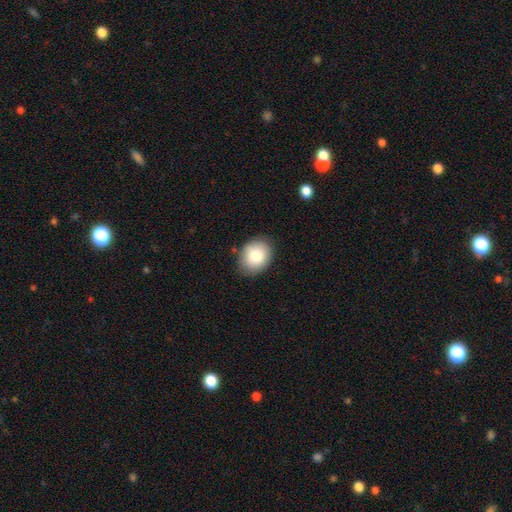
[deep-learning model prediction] Overall: smooth (82%). How rounded: in between (54%; round 45%). Merging: none (81%).